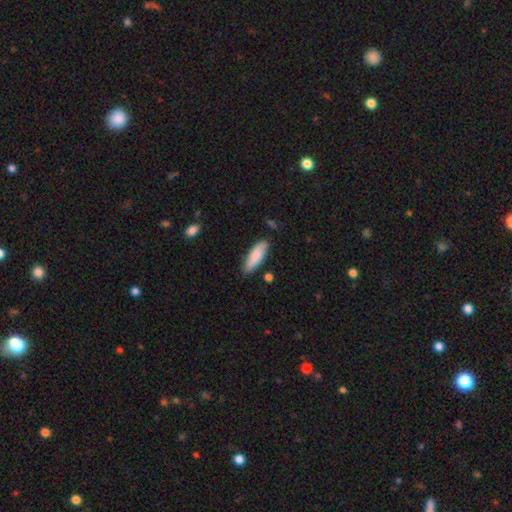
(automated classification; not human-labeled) Morphology: type=smooth (85%); roundness=in between (56%); merging=none (84%).